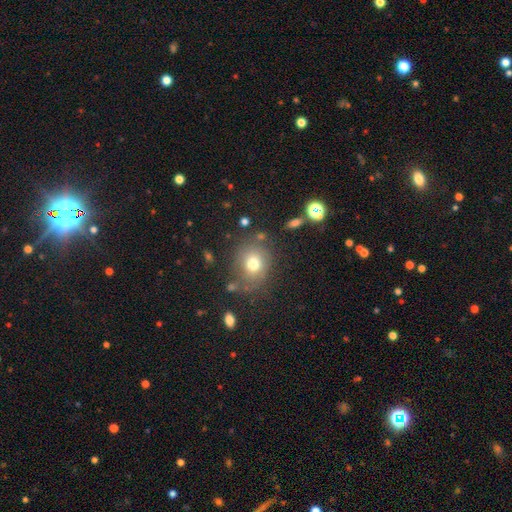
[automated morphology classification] Q: Smooth or featured?
A: smooth (54%); runner-up: star or artifact (32%)
Q: How rounded?
A: round (73%); runner-up: in between (26%)
Q: Merging?
A: none (81%); runner-up: minor disturbance (10%)